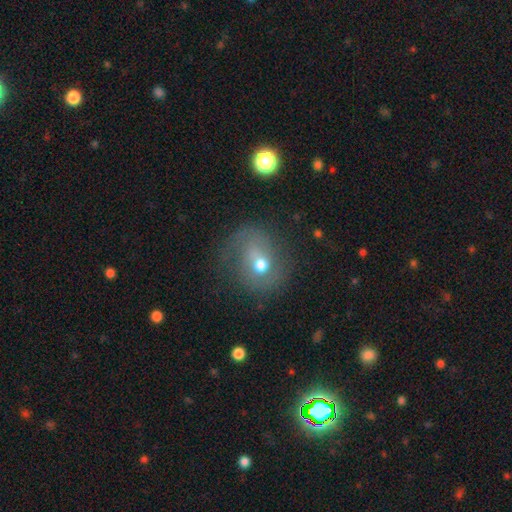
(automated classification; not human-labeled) This appears to be a featured or disk galaxy (45%). Merging: none (56%).